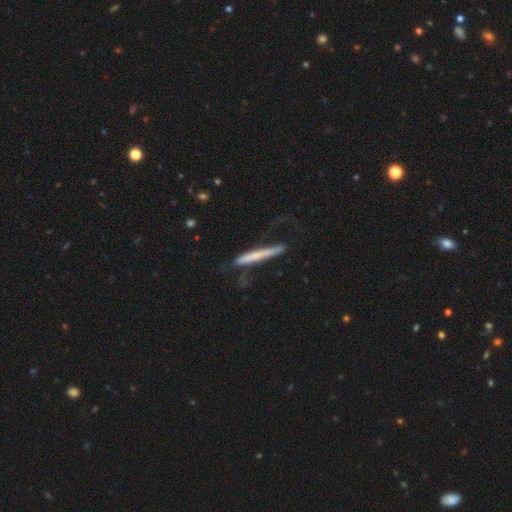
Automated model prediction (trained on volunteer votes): Smooth or featured? smooth (51%)
How rounded? cigar-shaped (96%)
Merging? none (63%)